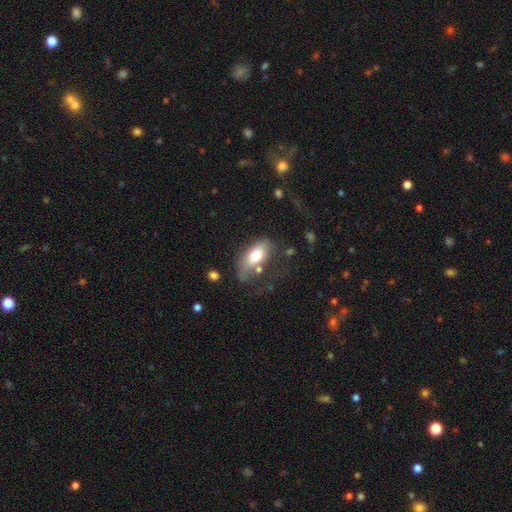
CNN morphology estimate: This appears to be a smooth galaxy with no disk features (70%) that is in between round and cigar-shaped (88%). Merging: none (46%).